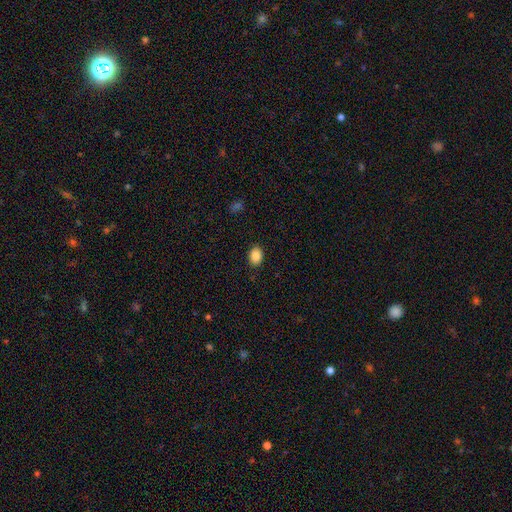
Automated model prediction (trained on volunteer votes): Smooth or featured? Predicted: smooth (p=0.87). How rounded? Predicted: in between (p=0.75). Merging? Predicted: none (p=0.88).